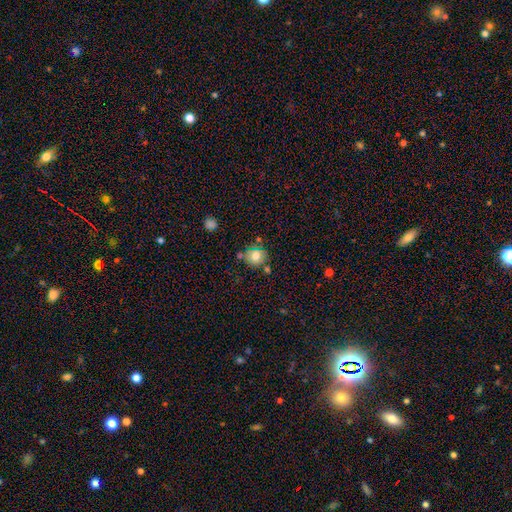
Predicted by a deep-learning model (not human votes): Q: Smooth or featured?
A: smooth (76%); runner-up: featured or disk (13%)
Q: How rounded?
A: round (85%); runner-up: in between (14%)
Q: Merging?
A: none (70%); runner-up: minor disturbance (15%)